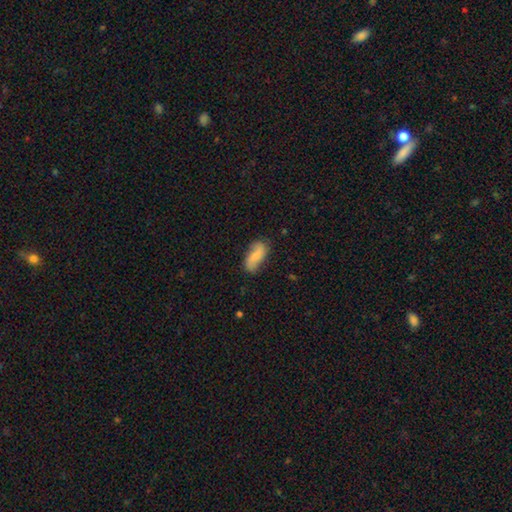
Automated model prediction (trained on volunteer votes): Smooth or featured? smooth (56%)
How rounded? in between (81%)
Merging? none (70%)